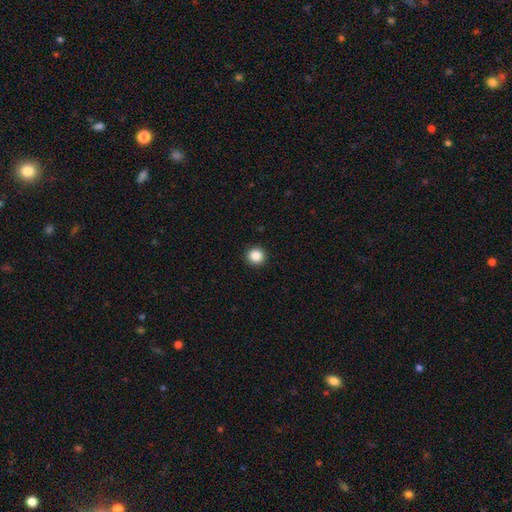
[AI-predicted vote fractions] smooth 87%, star or artifact 10%, featured or disk 3%. Down the decision tree: how rounded — round (95%); merging — none (93%).